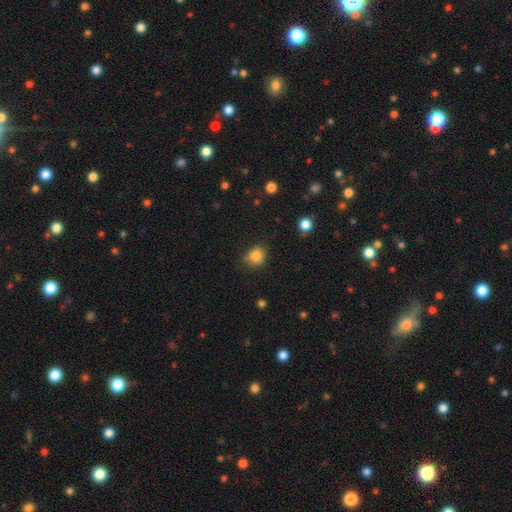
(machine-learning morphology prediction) A smooth galaxy with no disk features (84%) that is round (80%). Merging: none (71%).